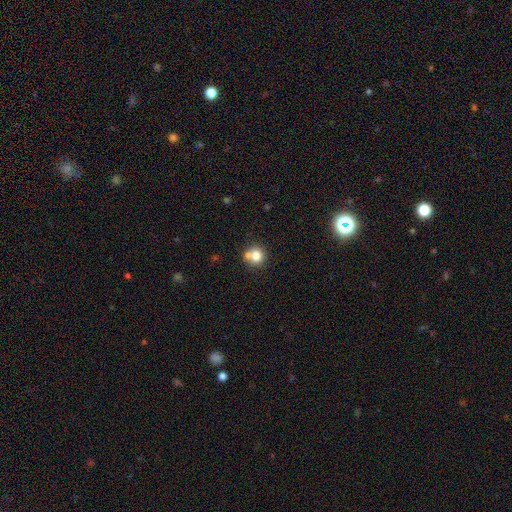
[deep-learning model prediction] The model was most divided on "merging": none: 60%, merger: 24%, minor disturbance: 12%, major disturbance: 4%. More confident: how rounded — round (88%); smooth or featured — smooth (79%).